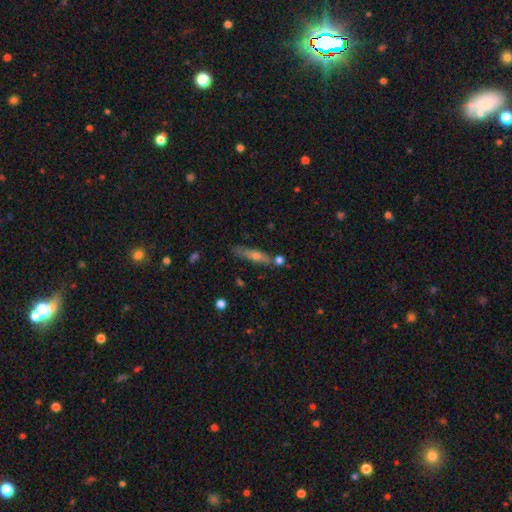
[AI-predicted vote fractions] smooth_or_featured: featured or disk (p=0.46) [tied with: smooth p=0.46]
merging: none (p=0.73) [alt: minor disturbance p=0.15]